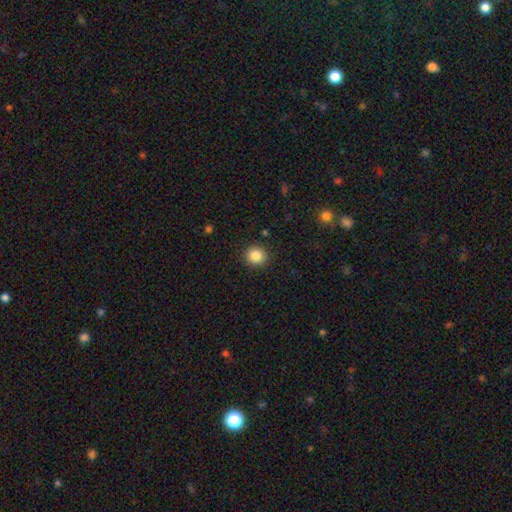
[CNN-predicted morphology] smooth_or_featured: smooth (p=0.85) [alt: star or artifact p=0.10]
how_rounded: round (p=0.89) [alt: in between p=0.10]
merging: none (p=0.91) [alt: minor disturbance p=0.06]